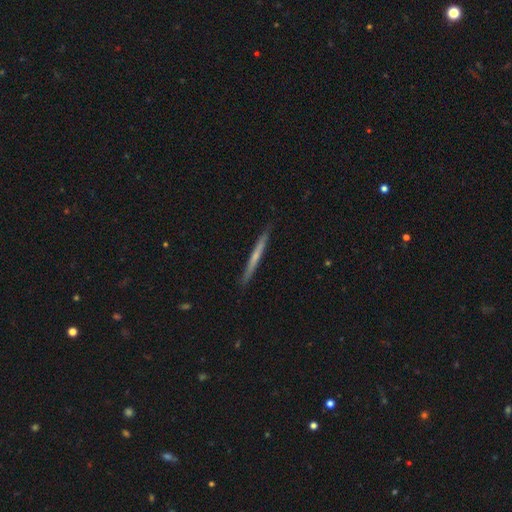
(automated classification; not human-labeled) Smooth or featured? featured or disk (50%)
Merging? none (89%)